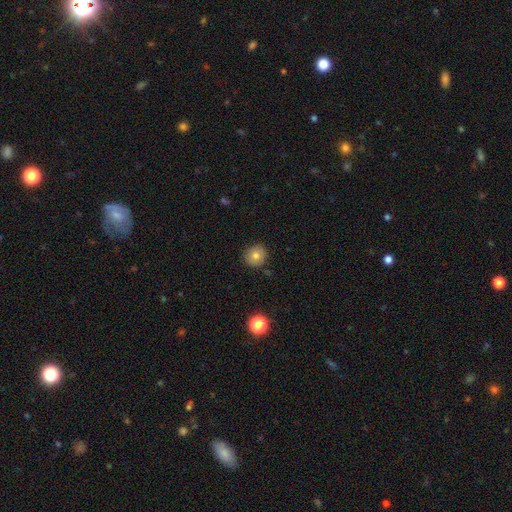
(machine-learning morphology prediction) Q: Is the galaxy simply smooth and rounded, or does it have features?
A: smooth — 78%.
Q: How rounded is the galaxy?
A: round — 91%.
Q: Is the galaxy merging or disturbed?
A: none — 88%.